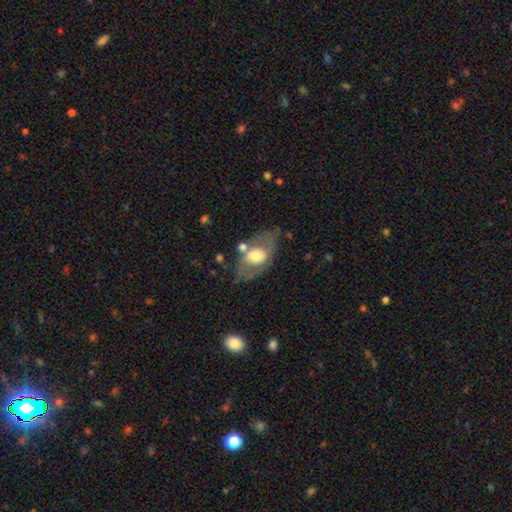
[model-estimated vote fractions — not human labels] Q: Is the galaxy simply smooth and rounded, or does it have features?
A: featured or disk — 55%.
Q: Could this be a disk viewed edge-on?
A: no — 91%.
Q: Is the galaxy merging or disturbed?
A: none — 59%.